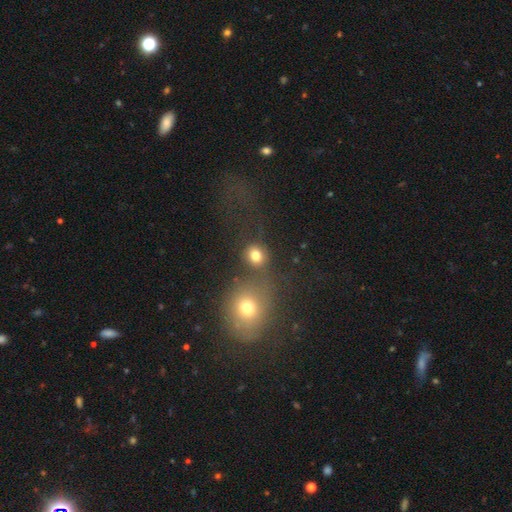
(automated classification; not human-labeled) A smooth galaxy with no disk features (78%) that is round (78%). Merging: none (60%).